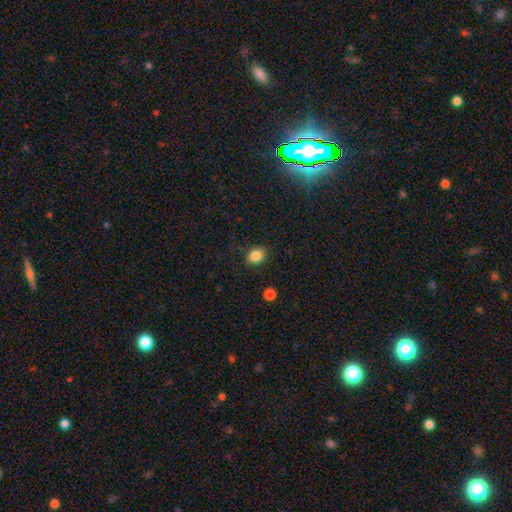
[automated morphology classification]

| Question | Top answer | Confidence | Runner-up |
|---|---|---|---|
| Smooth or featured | smooth | 86% | star or artifact (10%) |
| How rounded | in between | 52% | round (47%) |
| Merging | none | 87% | minor disturbance (9%) |